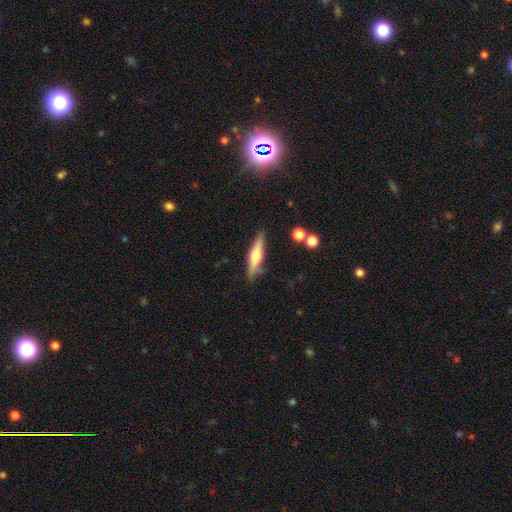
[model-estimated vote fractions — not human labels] Smooth or featured? Predicted: featured or disk (p=0.47, tied with smooth). Merging? Predicted: none (p=0.84).